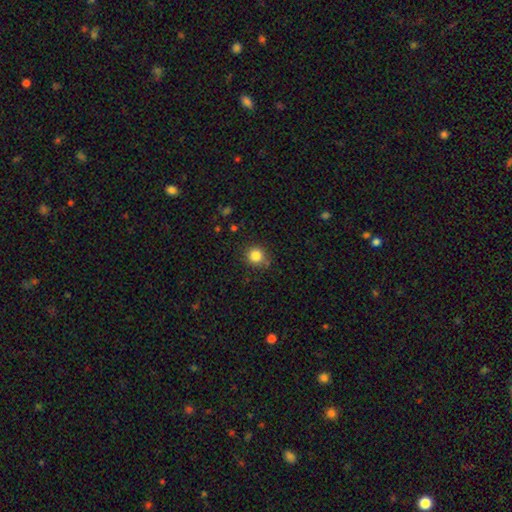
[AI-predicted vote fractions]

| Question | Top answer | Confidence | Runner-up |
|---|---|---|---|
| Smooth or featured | smooth | 84% | star or artifact (11%) |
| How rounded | round | 91% | in between (8%) |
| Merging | none | 82% | minor disturbance (12%) |